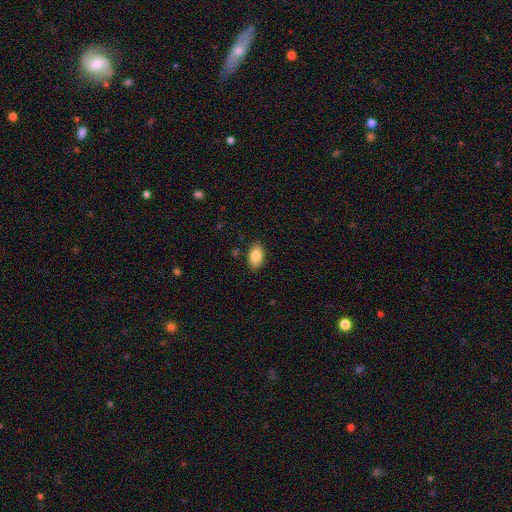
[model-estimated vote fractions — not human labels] Smooth or featured: smooth — 83% (featured or disk — 9%)
How rounded: in between — 92% (round — 6%)
Merging: none — 86% (minor disturbance — 10%)